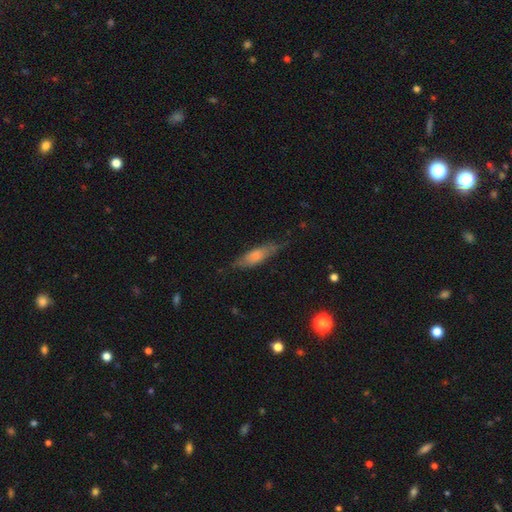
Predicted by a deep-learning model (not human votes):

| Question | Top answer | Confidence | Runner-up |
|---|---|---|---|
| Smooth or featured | smooth | 67% | featured or disk (26%) |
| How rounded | cigar-shaped | 57% | in between (41%) |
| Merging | none | 64% | minor disturbance (26%) |